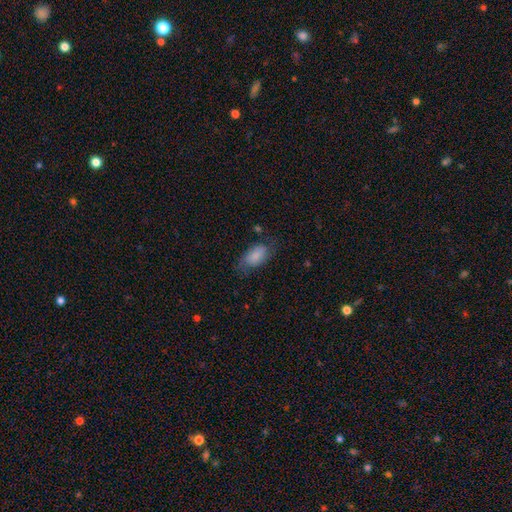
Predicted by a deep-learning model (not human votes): This is clearly a smooth galaxy (81%). How rounded: clearly in between (92%). Merging: possibly none (60%).